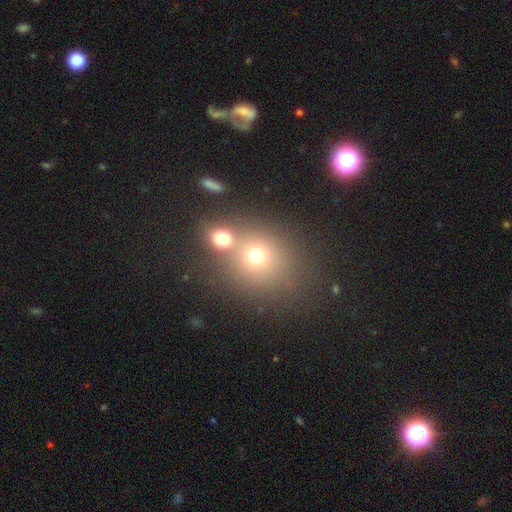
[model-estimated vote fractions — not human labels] smooth_or_featured: smooth (p=0.67) [alt: star or artifact p=0.18]
how_rounded: round (p=0.73) [alt: in between p=0.25]
merging: none (p=0.45) [alt: merger p=0.42]